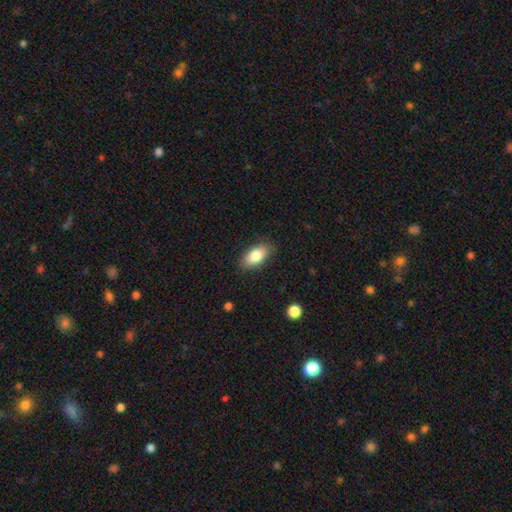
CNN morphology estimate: A smooth galaxy with no disk features (83%) that is in between round and cigar-shaped (91%).

Vote fractions:
- Smooth or featured? smooth: 83% / featured or disk: 10% / star or artifact: 7%
- How rounded? in between: 91% / cigar-shaped: 6% / round: 4%
- Merging? none: 85% / minor disturbance: 11% / major disturbance: 3% / merger: 1%